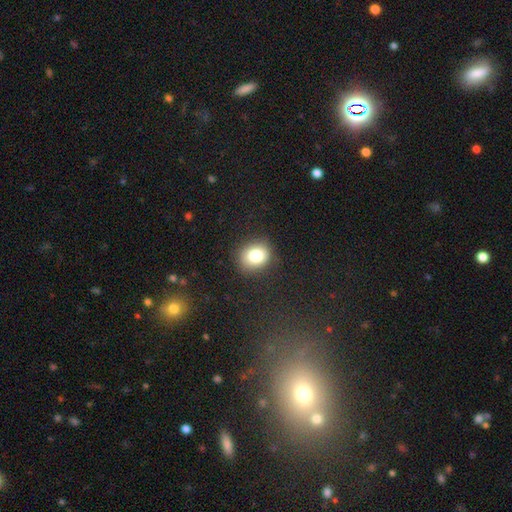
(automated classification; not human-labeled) Morphology: type=smooth (81%); roundness=round (63%); merging=none (87%).